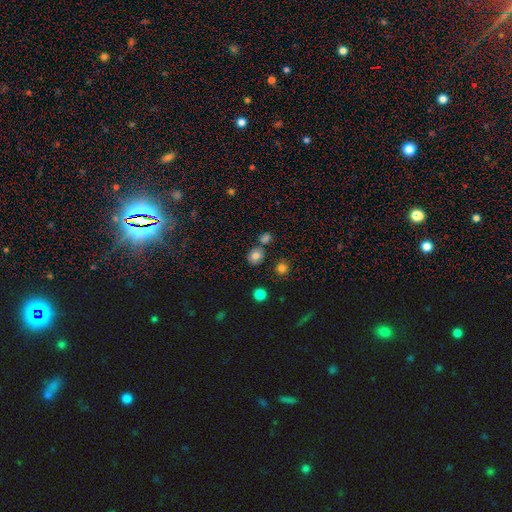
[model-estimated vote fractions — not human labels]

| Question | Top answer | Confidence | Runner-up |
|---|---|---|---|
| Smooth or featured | smooth | 77% | star or artifact (13%) |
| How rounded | round | 70% | in between (29%) |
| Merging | none | 74% | merger (11%) |